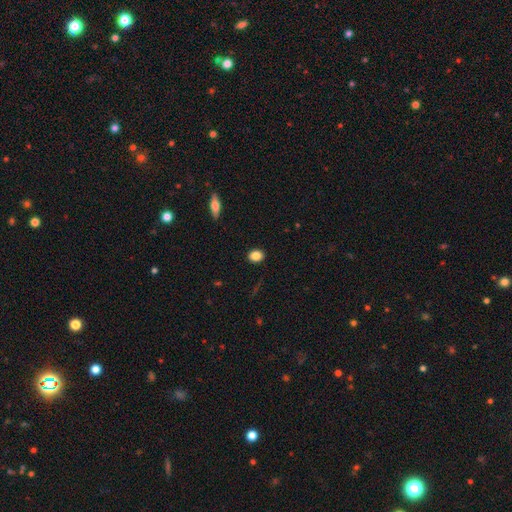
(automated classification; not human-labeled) This is clearly a smooth galaxy (86%). How rounded: possibly round (54%). Merging: clearly none (90%).